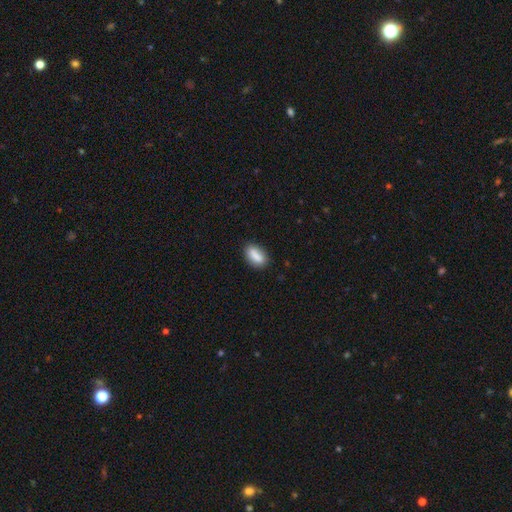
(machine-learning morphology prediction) The model was most divided on "merging": none: 80%, minor disturbance: 14%, major disturbance: 3%, merger: 3%. More confident: how rounded — in between (84%); smooth or featured — smooth (83%).